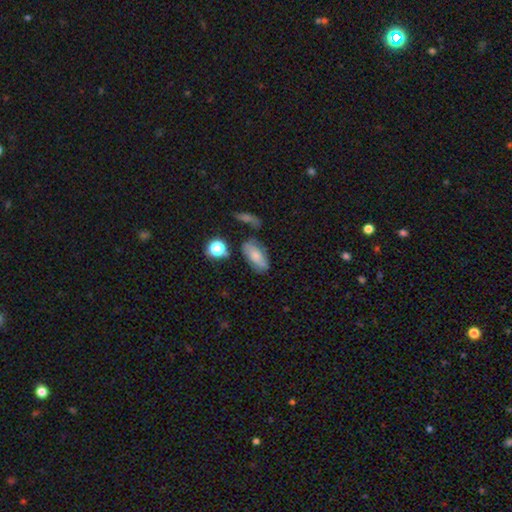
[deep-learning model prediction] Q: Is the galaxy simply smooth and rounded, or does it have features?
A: smooth — 66%.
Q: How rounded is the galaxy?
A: in between — 86%.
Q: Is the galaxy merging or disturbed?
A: none — 60%.